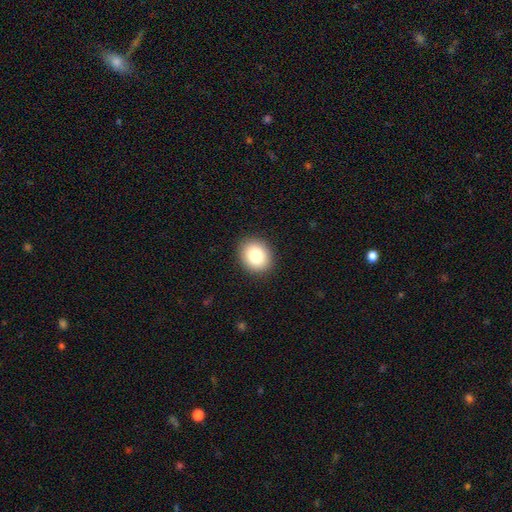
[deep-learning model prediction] Smooth or featured?
  - smooth: 83% *
  - star or artifact: 9%
  - featured or disk: 8%
How rounded?
  - round: 62% *
  - in between: 37%
  - cigar-shaped: 1%
Merging?
  - none: 90% *
  - minor disturbance: 7%
  - major disturbance: 2%
  - merger: 1%